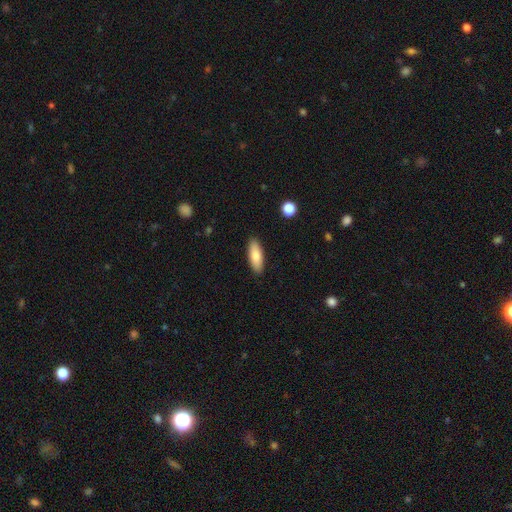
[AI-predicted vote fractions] Morphology: type=smooth (80%); roundness=in between (65%); merging=none (90%).